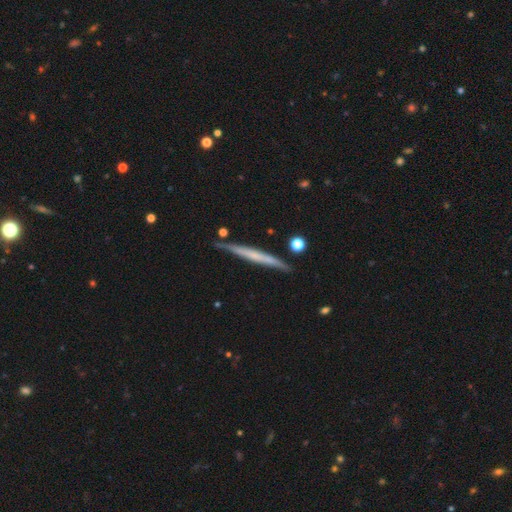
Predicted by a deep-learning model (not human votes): smooth_or_featured: featured or disk (p=0.56) [alt: smooth p=0.38]
disk_edge_on: yes (p=0.96) [alt: no p=0.04]
edge_on_bulge: none (p=0.79) [alt: rounded p=0.12]
merging: none (p=0.85) [alt: minor disturbance p=0.11]